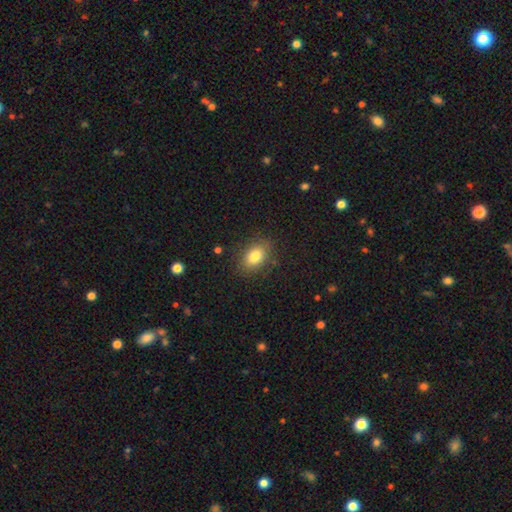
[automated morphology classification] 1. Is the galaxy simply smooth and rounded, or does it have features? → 81% smooth, 10% featured or disk, 9% star or artifact.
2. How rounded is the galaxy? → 84% in between, 15% round, 2% cigar-shaped.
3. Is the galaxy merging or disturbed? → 84% none, 11% minor disturbance, 3% major disturbance, 1% merger.